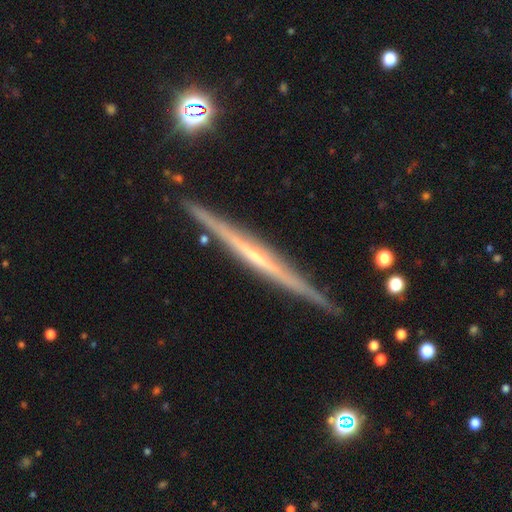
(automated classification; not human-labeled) Smooth or featured?
  - featured or disk: 79% *
  - smooth: 15%
  - star or artifact: 6%
Edge-on disk?
  - yes: 98% *
  - no: 2%
Edge-on bulge?
  - none: 64% *
  - rounded: 30%
  - boxy: 6%
Merging?
  - none: 89% *
  - minor disturbance: 8%
  - merger: 2%
  - major disturbance: 1%